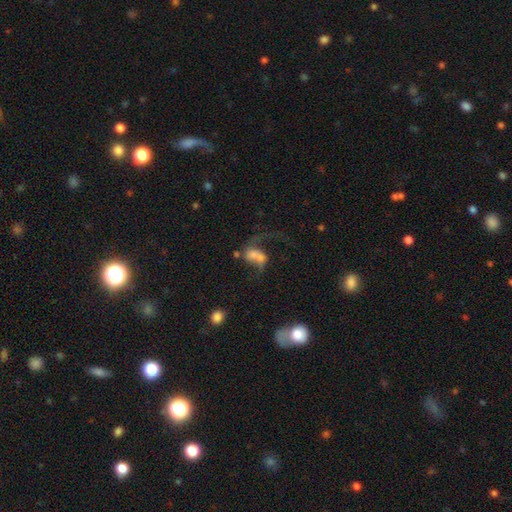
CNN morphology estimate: Smooth or featured? featured or disk (49%)
Merging? merger (53%)